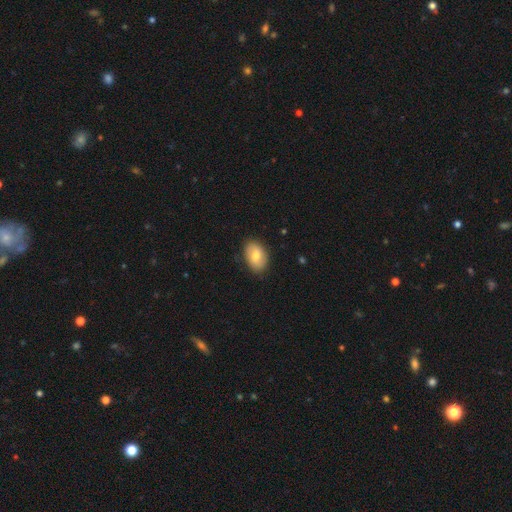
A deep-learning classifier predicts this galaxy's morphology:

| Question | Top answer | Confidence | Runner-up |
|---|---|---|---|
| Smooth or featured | smooth | 73% | featured or disk (21%) |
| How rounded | in between | 85% | round (14%) |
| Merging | none | 84% | minor disturbance (12%) |